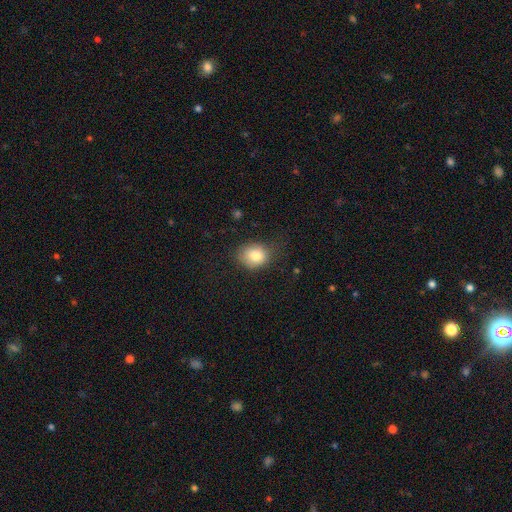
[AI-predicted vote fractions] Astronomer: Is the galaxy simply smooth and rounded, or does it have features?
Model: smooth — 80%.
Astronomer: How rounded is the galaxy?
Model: round — 62%.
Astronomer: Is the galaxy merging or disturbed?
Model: none — 68%.